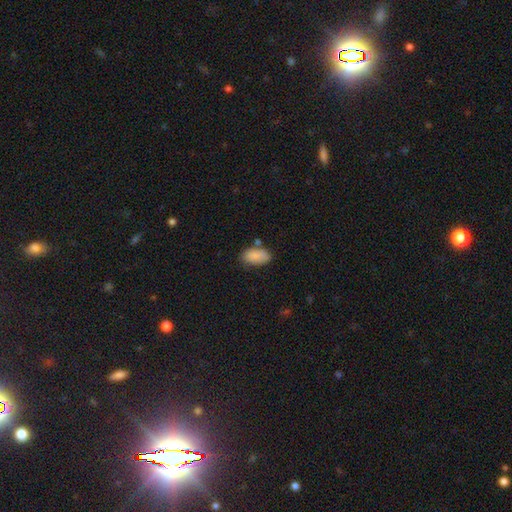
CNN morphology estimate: Smooth or featured? smooth (88%)
How rounded? in between (94%)
Merging? none (71%)